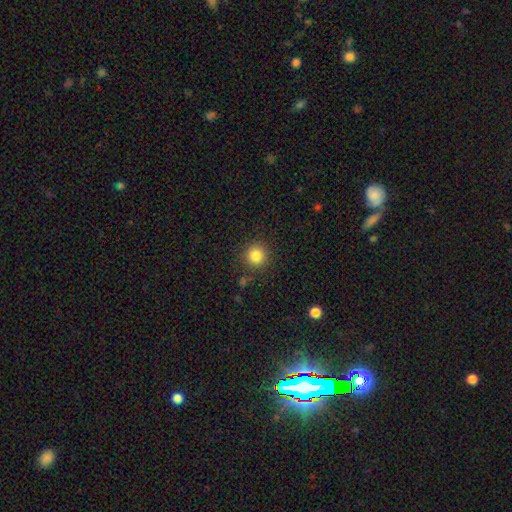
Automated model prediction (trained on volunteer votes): This appears to be a smooth galaxy with no disk features (84%) that is round (94%). Merging: none (88%).